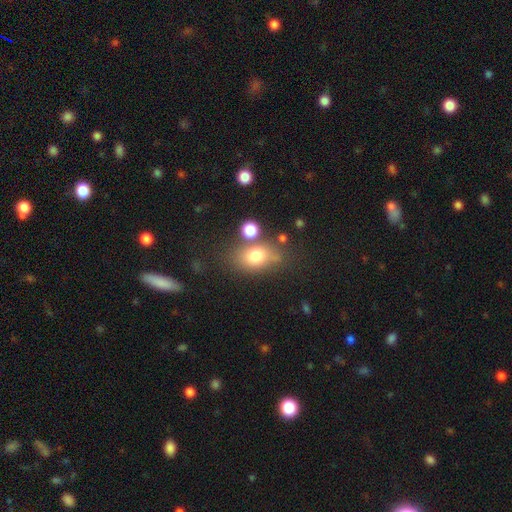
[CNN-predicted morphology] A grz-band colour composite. It shows a smooth galaxy with no disk features (73%) that is in between round and cigar-shaped (73%). Merging: none (60%).